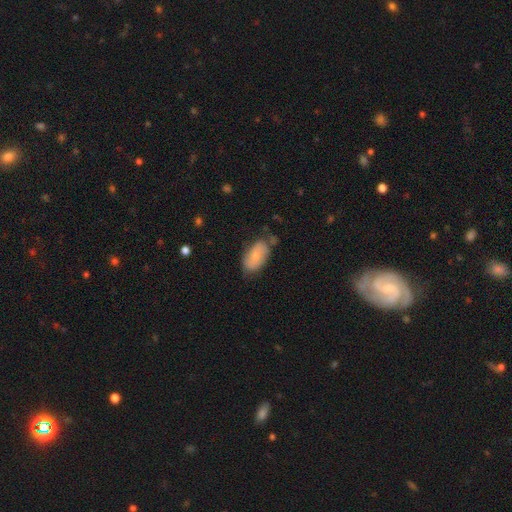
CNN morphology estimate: Smooth or featured? Predicted: smooth (p=0.69). How rounded? Predicted: in between (p=0.94). Merging? Predicted: none (p=0.64).